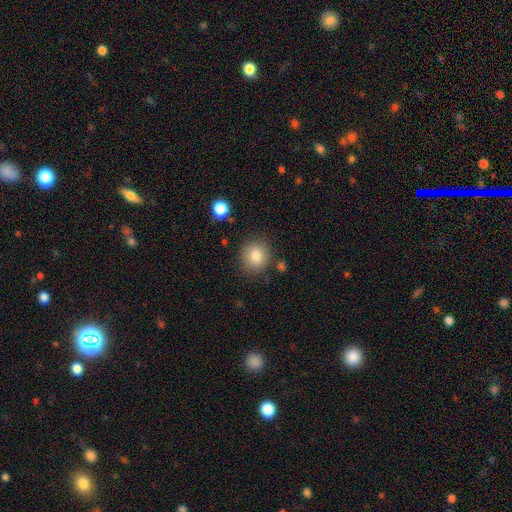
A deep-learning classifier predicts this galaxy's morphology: smooth-or-featured: smooth: 82% | star or artifact: 10% | featured or disk: 8%
  how-rounded: round: 85% | in between: 14% | cigar-shaped: 1%
  merging: none: 84% | minor disturbance: 10% | merger: 3% | major disturbance: 3%